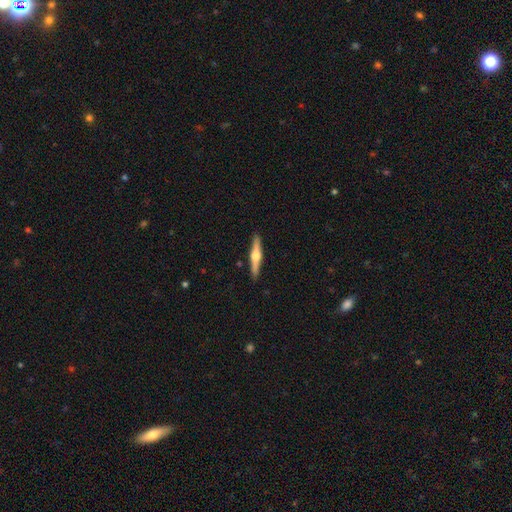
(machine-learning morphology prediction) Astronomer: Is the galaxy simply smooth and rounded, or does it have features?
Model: featured or disk — 70%.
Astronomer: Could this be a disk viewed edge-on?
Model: yes — 98%.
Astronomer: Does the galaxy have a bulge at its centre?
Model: rounded — 93%.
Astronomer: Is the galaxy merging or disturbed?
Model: none — 91%.